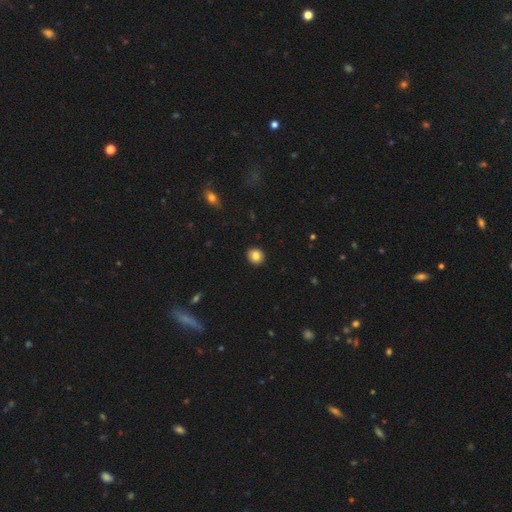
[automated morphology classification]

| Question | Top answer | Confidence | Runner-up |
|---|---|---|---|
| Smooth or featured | smooth | 83% | star or artifact (9%) |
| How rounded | round | 81% | in between (18%) |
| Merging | none | 92% | minor disturbance (6%) |